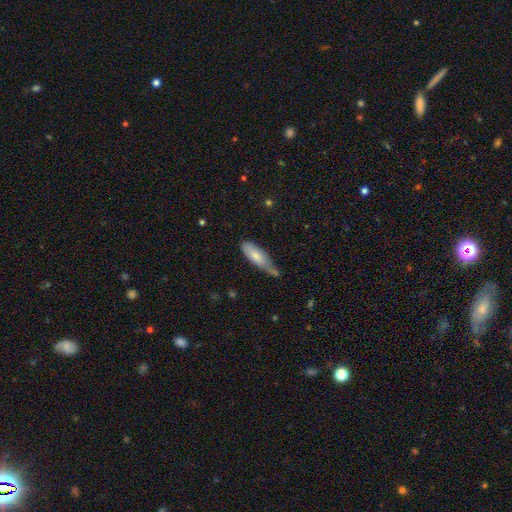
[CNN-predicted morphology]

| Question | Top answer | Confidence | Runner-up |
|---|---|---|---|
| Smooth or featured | smooth | 73% | featured or disk (21%) |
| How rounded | in between | 60% | cigar-shaped (38%) |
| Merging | none | 39% | minor disturbance (38%) |